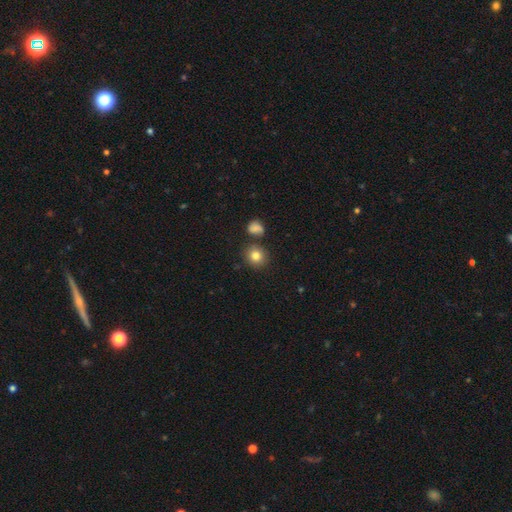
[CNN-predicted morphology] This appears to be a smooth galaxy with no disk features (82%) that is round (85%). Merging: none (79%).